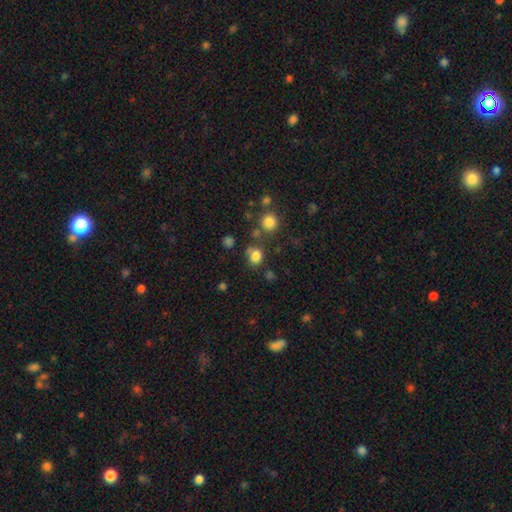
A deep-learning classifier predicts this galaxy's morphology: Smooth or featured?
  - smooth: 80% *
  - star or artifact: 15%
  - featured or disk: 6%
How rounded?
  - round: 66% *
  - in between: 33%
  - cigar-shaped: 1%
Merging?
  - none: 68% *
  - minor disturbance: 14%
  - merger: 12%
  - major disturbance: 6%